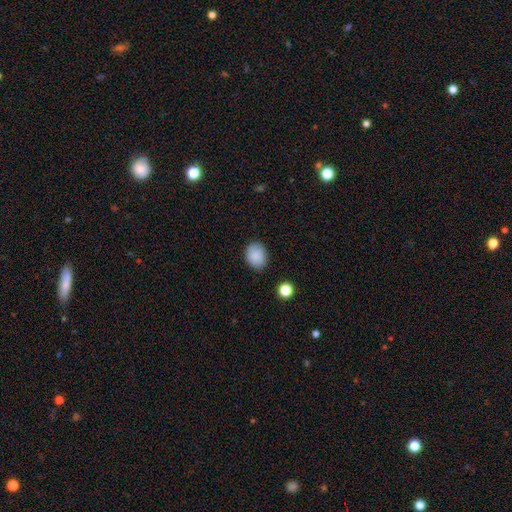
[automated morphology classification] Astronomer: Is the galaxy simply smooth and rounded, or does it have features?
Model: smooth — 88%.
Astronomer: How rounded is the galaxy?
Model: in between — 54% (runner-up: round, 45%).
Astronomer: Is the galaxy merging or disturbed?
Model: none — 87%.